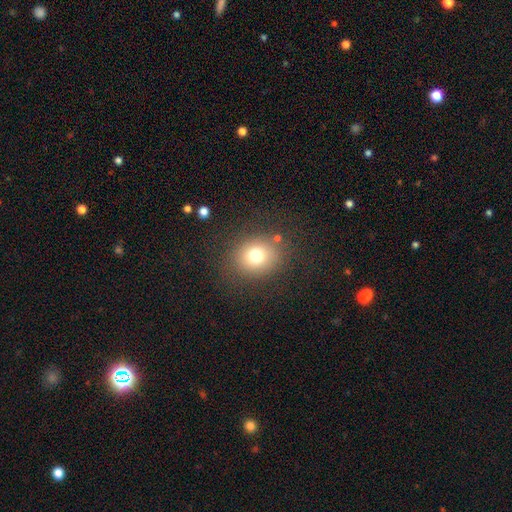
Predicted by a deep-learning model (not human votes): A smooth galaxy with no disk features (74%) that is round (67%).

Vote fractions:
- Smooth or featured? smooth: 74% / star or artifact: 14% / featured or disk: 11%
- How rounded? round: 67% / in between: 32% / cigar-shaped: 1%
- Merging? none: 82% / minor disturbance: 10% / major disturbance: 5% / merger: 3%